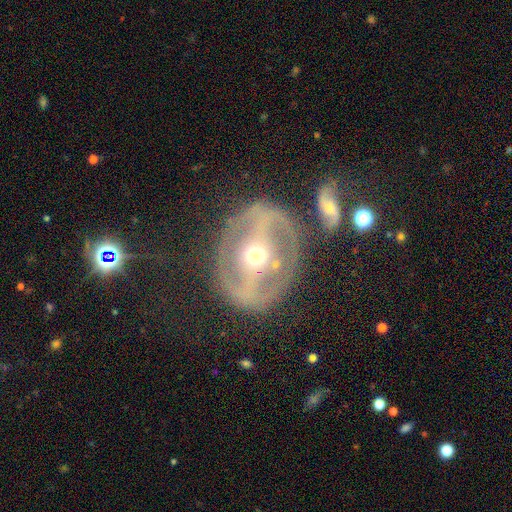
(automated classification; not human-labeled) The model was most divided on "spiral arms" (2-way tie): yes: 50%, no: 50%. More confident: edge-on disk — no (92%); smooth or featured — featured or disk (77%); merging — none (72%); bulge size — moderate (71%); bar — strong (52%).